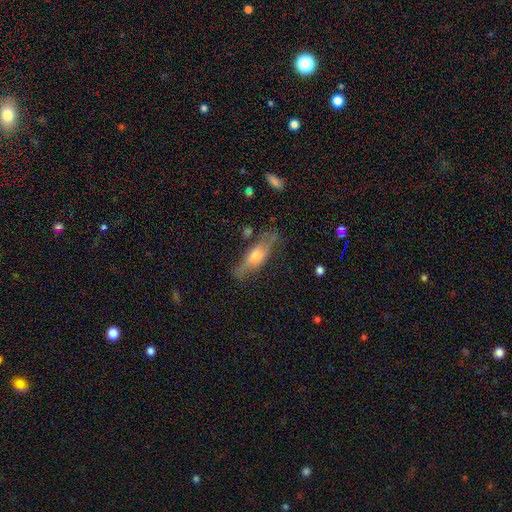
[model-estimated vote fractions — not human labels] smooth_or_featured: featured or disk (p=0.46) [tied with: smooth p=0.46]
merging: none (p=0.67) [alt: minor disturbance p=0.22]